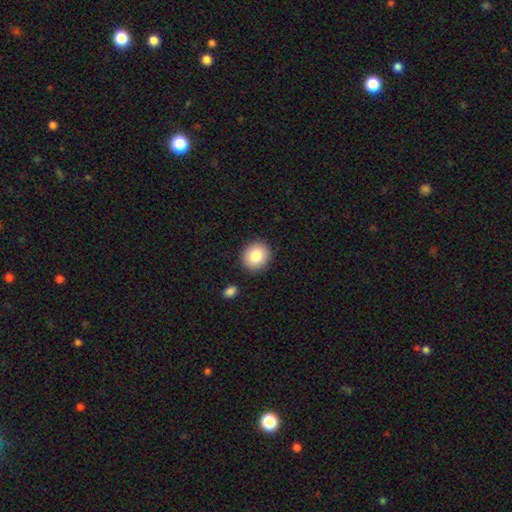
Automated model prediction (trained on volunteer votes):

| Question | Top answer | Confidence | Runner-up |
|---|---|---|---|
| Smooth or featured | smooth | 83% | featured or disk (9%) |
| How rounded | round | 79% | in between (20%) |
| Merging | none | 88% | minor disturbance (7%) |